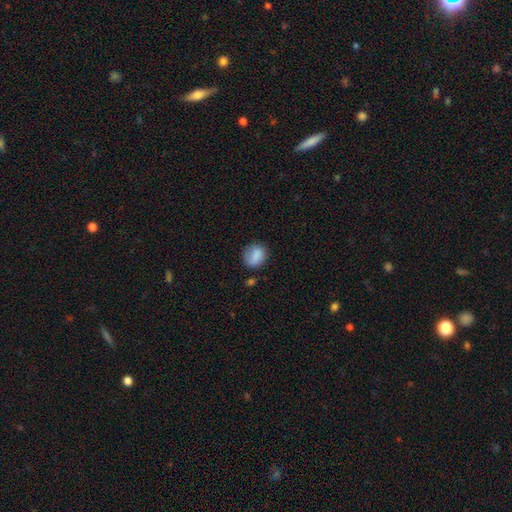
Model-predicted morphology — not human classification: Q: Smooth or featured?
A: smooth (83%); runner-up: featured or disk (8%)
Q: How rounded?
A: round (64%); runner-up: in between (34%)
Q: Merging?
A: none (68%); runner-up: minor disturbance (22%)